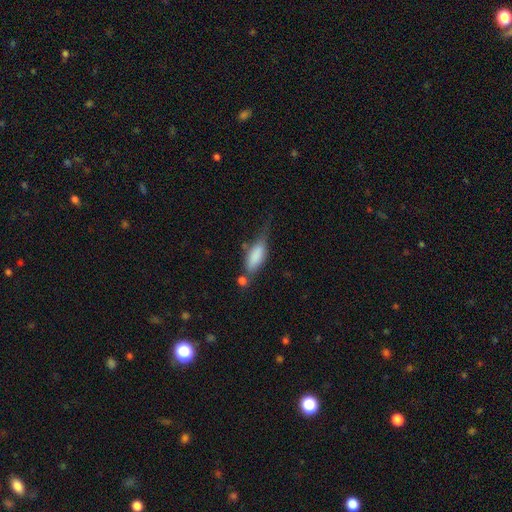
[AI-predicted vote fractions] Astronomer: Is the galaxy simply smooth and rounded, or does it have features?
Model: smooth — 77%.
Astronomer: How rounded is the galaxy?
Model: in between — 70%.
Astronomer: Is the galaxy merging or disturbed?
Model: none — 36% (runner-up: minor disturbance, 31%).